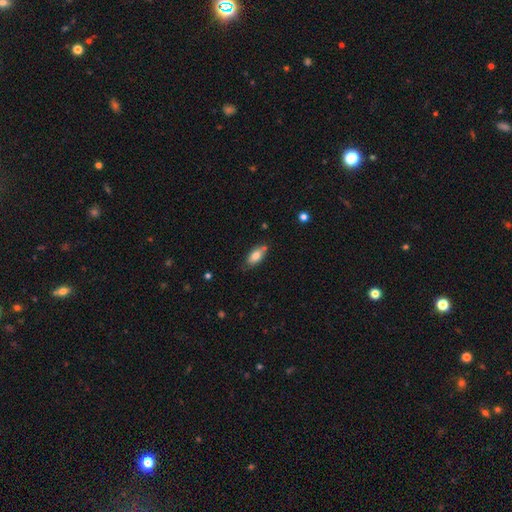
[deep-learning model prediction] smooth-or-featured: smooth: 80% | featured or disk: 13% | star or artifact: 7%
  how-rounded: in between: 90% | cigar-shaped: 7% | round: 4%
  merging: none: 71% | minor disturbance: 19% | merger: 7% | major disturbance: 4%